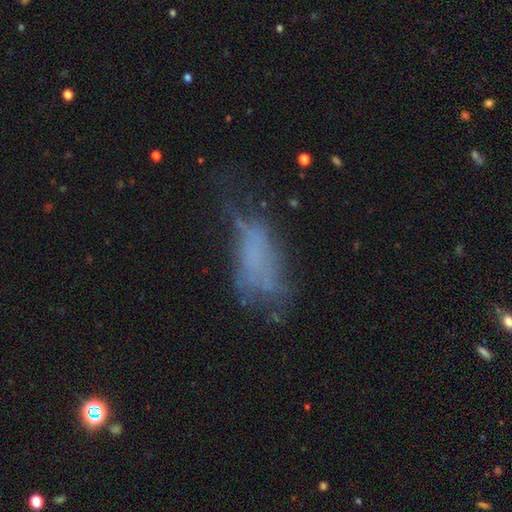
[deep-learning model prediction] This is marginally a smooth galaxy (44%). Merging: marginally major disturbance (39%).